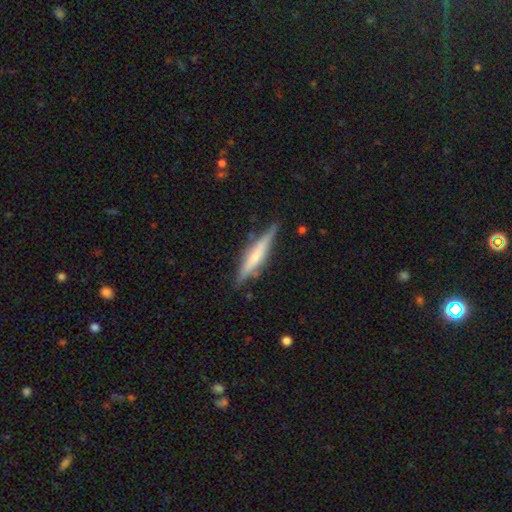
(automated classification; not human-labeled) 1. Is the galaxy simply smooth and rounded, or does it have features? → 58% featured or disk, 36% smooth, 6% star or artifact.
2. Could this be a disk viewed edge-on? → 95% yes, 5% no.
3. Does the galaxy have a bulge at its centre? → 48% rounded, 29% none, 22% boxy.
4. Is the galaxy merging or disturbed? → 82% none, 14% minor disturbance, 3% major disturbance, 2% merger.